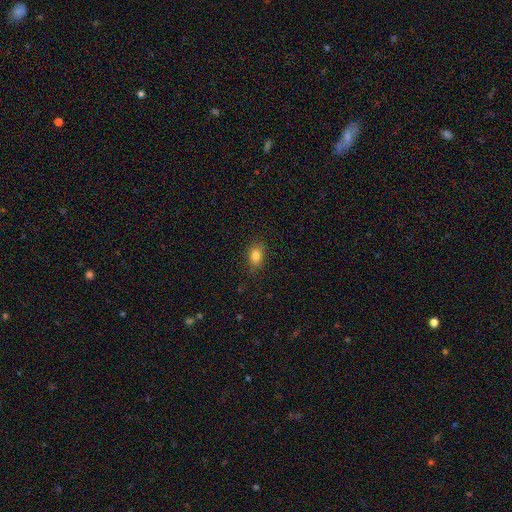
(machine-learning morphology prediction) This is clearly a smooth galaxy (81%). How rounded: likely in between (73%). Merging: clearly none (84%).